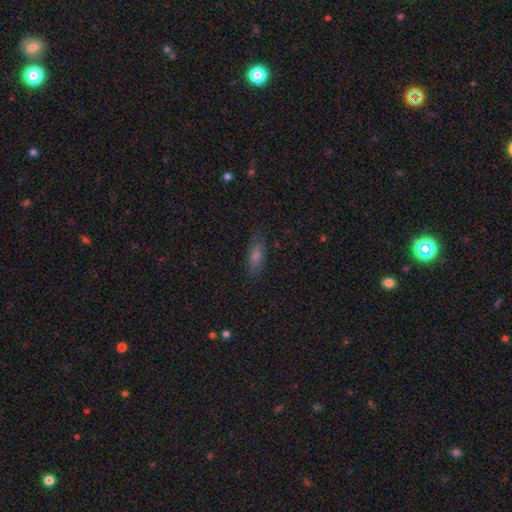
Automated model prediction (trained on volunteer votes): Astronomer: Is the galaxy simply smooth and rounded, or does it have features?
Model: smooth — 56%.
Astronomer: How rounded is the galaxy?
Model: in between — 57% (runner-up: cigar-shaped, 38%).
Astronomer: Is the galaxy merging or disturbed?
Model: none — 81%.